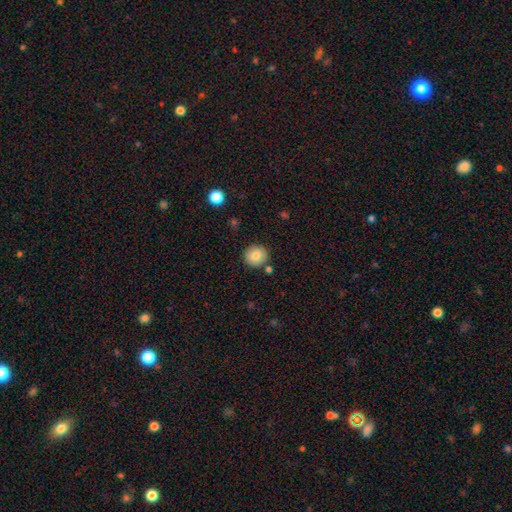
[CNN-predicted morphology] smooth 83%, star or artifact 9%, featured or disk 9%. Down the decision tree: how rounded — round (92%); merging — none (86%).